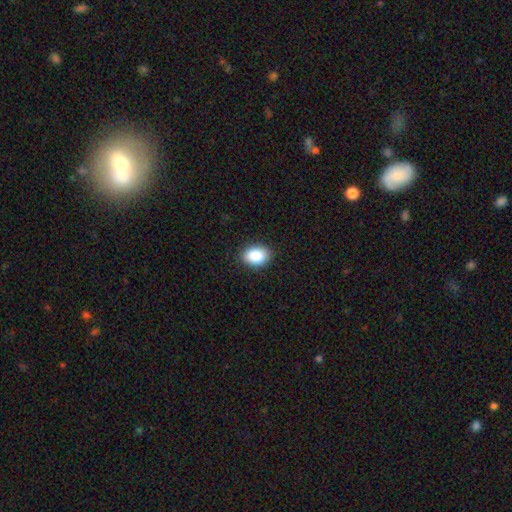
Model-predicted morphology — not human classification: The model was most divided on "how rounded": in between: 81%, round: 18%, cigar-shaped: 1%. More confident: smooth or featured — smooth (89%); merging — none (88%).